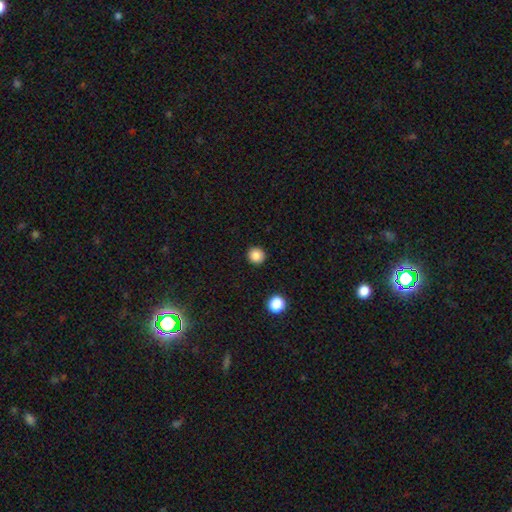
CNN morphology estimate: Smooth or featured: smooth — 86% (star or artifact — 11%)
How rounded: round — 94% (in between — 5%)
Merging: none — 93% (minor disturbance — 5%)